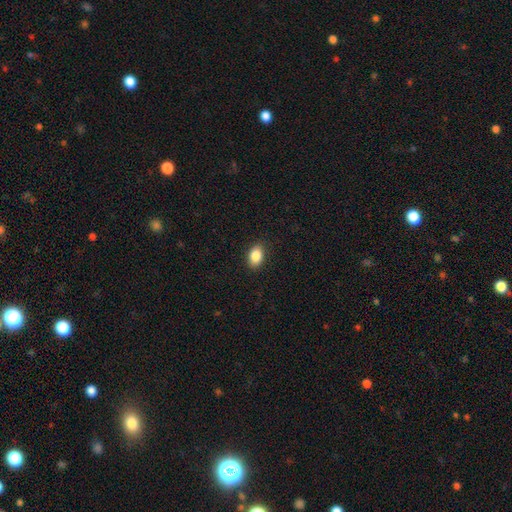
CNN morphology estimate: smooth-or-featured: smooth: 87% | star or artifact: 8% | featured or disk: 5%
  how-rounded: in between: 85% | round: 14% | cigar-shaped: 1%
  merging: none: 89% | minor disturbance: 8% | major disturbance: 2% | merger: 1%